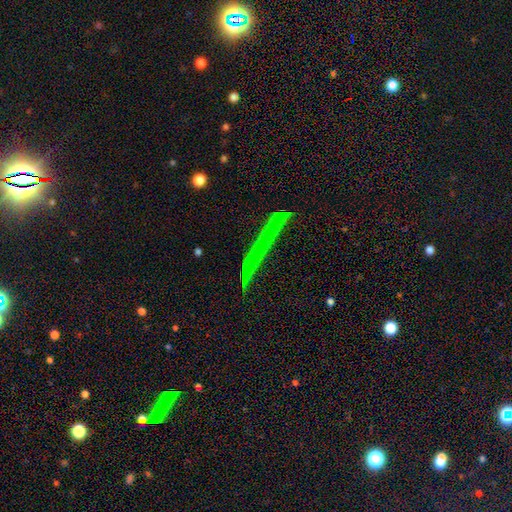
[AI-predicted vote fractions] Morphology: type=star or artifact (39%).